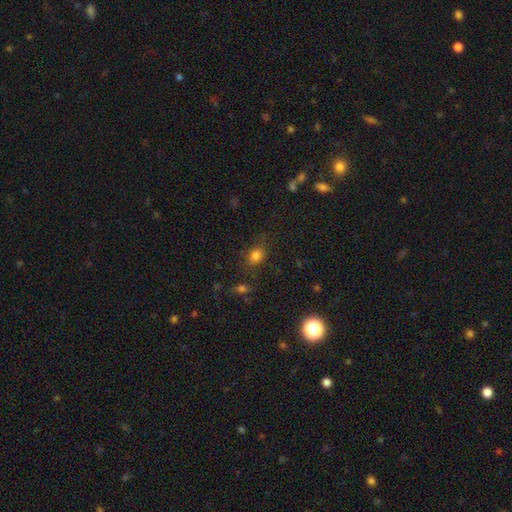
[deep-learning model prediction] Morphology: type=smooth (78%); roundness=in between (55%); merging=none (74%).